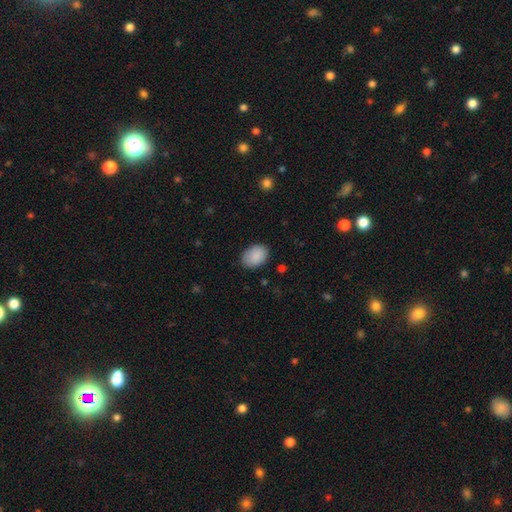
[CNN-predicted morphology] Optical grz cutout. It shows a smooth galaxy with no disk features (90%) that is in between round and cigar-shaped (78%). Merging: none (83%).